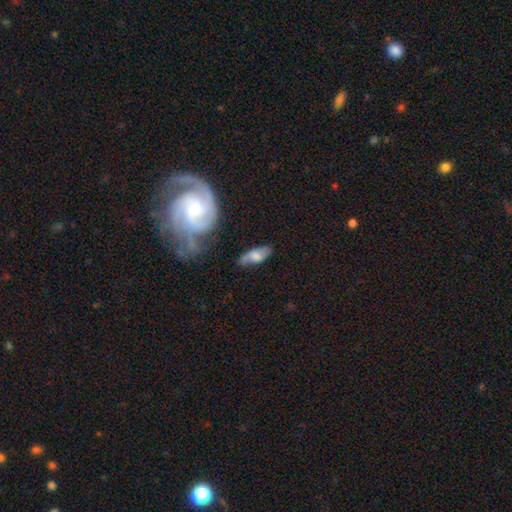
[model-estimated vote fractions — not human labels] This is possibly a smooth galaxy (53%). How rounded: likely in between (72%). Merging: likely none (66%).